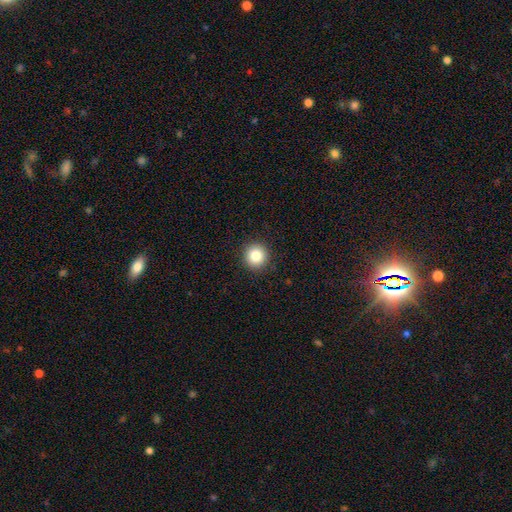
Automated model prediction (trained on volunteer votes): Overall: smooth (84%). How rounded: round (94%). Merging: none (92%).